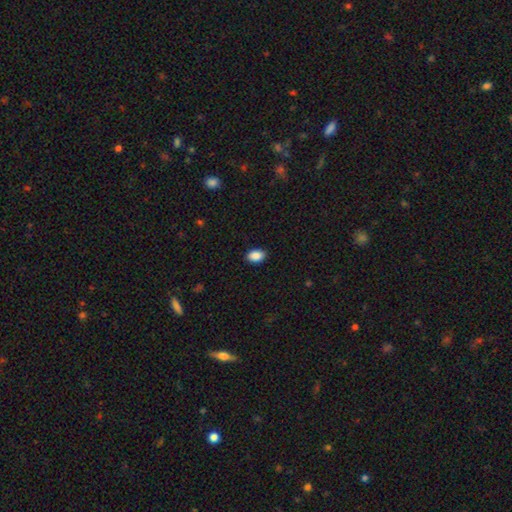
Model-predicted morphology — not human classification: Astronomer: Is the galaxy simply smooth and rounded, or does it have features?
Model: smooth — 89%.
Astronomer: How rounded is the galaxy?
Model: in between — 87%.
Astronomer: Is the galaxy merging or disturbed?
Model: none — 89%.